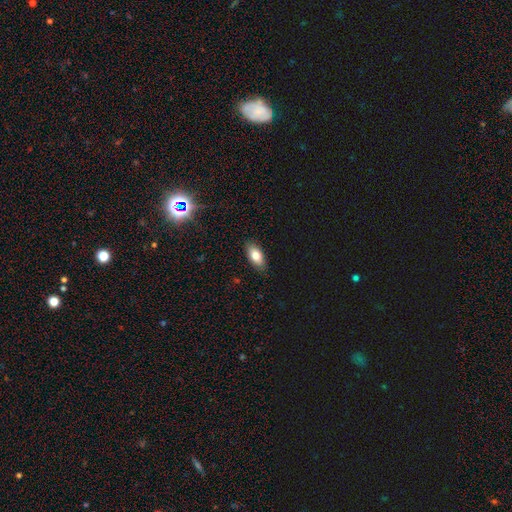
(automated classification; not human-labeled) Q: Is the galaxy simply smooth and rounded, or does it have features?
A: smooth — 78%.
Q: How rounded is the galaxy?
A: in between — 90%.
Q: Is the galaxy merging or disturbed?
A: none — 88%.